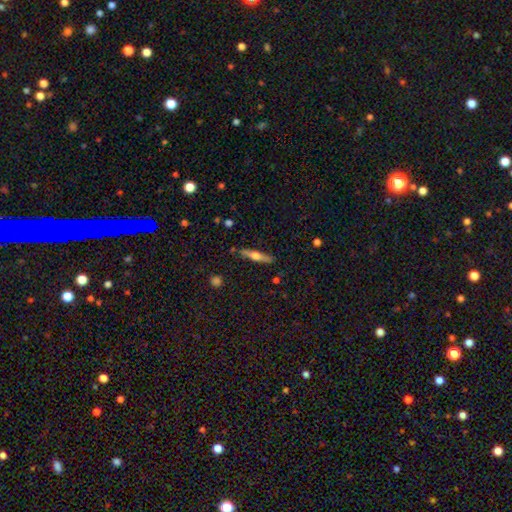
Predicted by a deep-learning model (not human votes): A featured or disk galaxy (57%) viewed edge-on (95%) with a rounded central bulge (93%). Merging: none (88%).